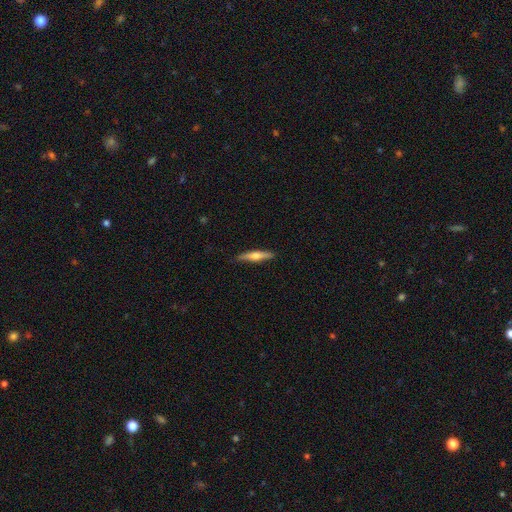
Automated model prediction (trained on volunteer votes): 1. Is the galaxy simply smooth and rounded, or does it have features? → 49% smooth, 46% featured or disk, 6% star or artifact.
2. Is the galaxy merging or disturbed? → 89% none, 8% minor disturbance, 2% major disturbance, 1% merger.